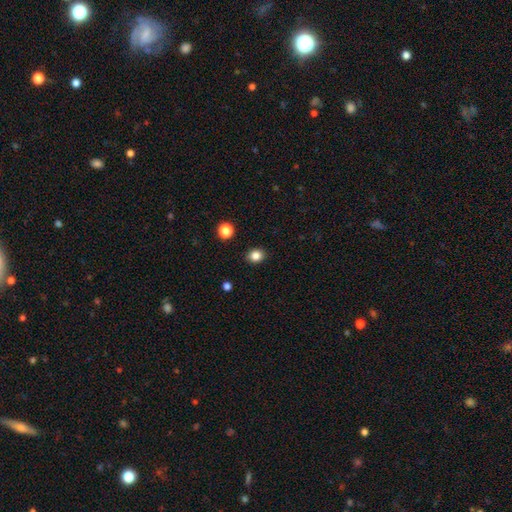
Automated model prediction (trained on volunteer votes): Morphology: type=smooth (84%); roundness=round (65%); merging=none (90%).